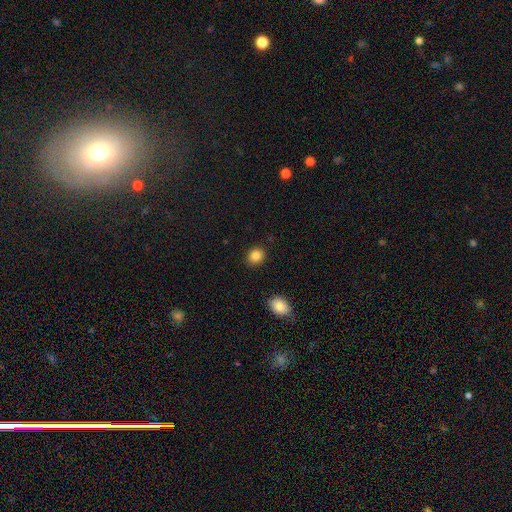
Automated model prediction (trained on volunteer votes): Smooth or featured?
  - smooth: 86% *
  - star or artifact: 10%
  - featured or disk: 4%
How rounded?
  - round: 68% *
  - in between: 31%
  - cigar-shaped: 1%
Merging?
  - none: 89% *
  - minor disturbance: 7%
  - major disturbance: 2%
  - merger: 2%